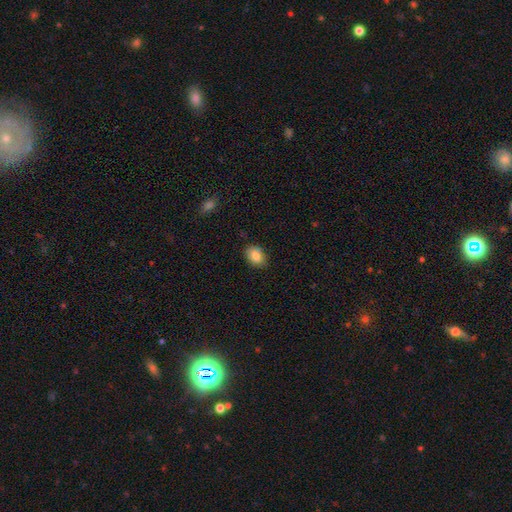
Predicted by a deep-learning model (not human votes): Q: Smooth or featured?
A: smooth (84%); runner-up: star or artifact (8%)
Q: How rounded?
A: in between (70%); runner-up: round (29%)
Q: Merging?
A: none (83%); runner-up: minor disturbance (13%)